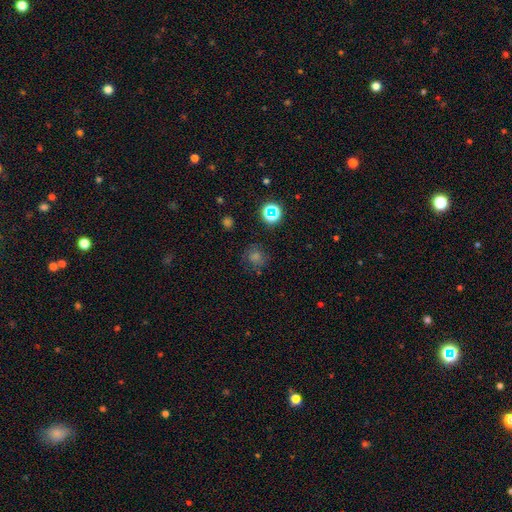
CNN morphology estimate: The model was most divided on "smooth or featured": smooth: 54%, star or artifact: 36%, featured or disk: 9%. More confident: how rounded — round (86%); merging — none (81%).